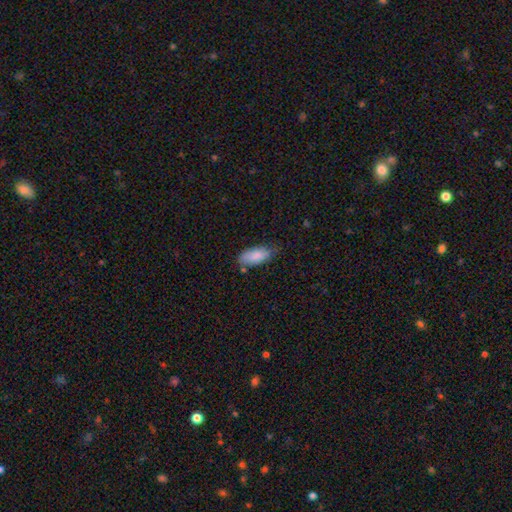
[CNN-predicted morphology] Smooth or featured? Predicted: smooth (p=0.85). How rounded? Predicted: in between (p=0.88). Merging? Predicted: none (p=0.63).